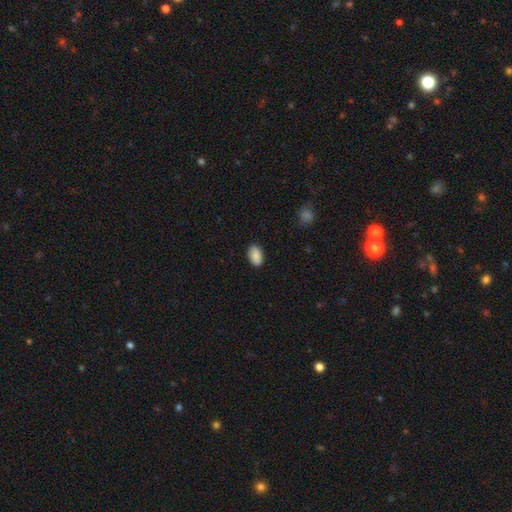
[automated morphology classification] type=smooth (88%); roundness=in between (93%); merging=none (87%).